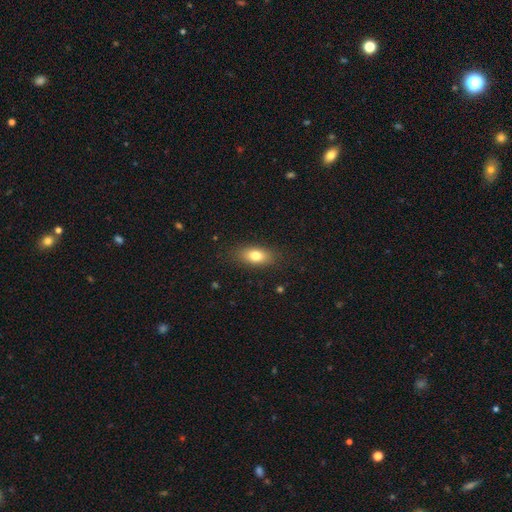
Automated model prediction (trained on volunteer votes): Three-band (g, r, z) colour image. It shows a smooth galaxy with no disk features (78%) that is in between round and cigar-shaped (83%). Merging: none (85%).